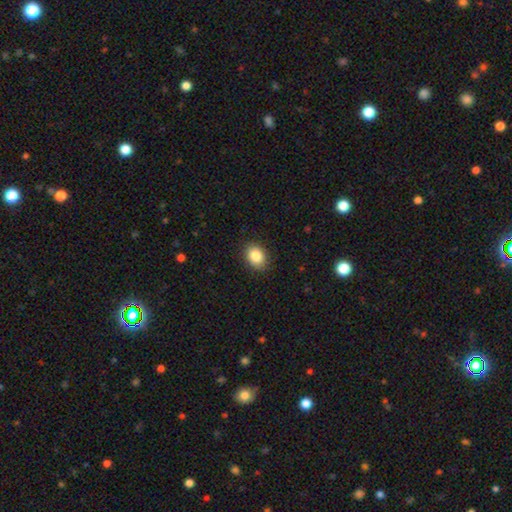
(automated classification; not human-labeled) Smooth or featured? smooth (86%)
How rounded? in between (60%)
Merging? none (88%)